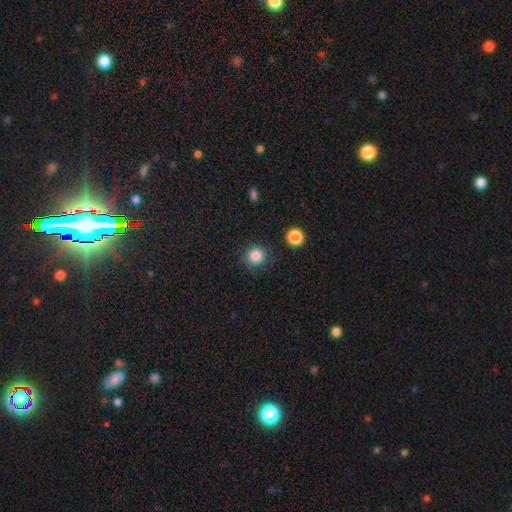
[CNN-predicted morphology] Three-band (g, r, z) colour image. It shows a smooth galaxy with no disk features (85%) that is round (93%). Merging: none (86%).